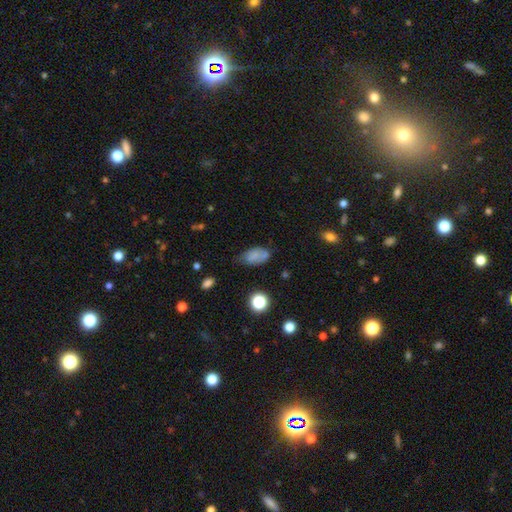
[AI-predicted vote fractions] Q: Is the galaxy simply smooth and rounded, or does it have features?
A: smooth — 73%.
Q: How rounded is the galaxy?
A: in between — 90%.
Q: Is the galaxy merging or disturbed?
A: none — 49%.